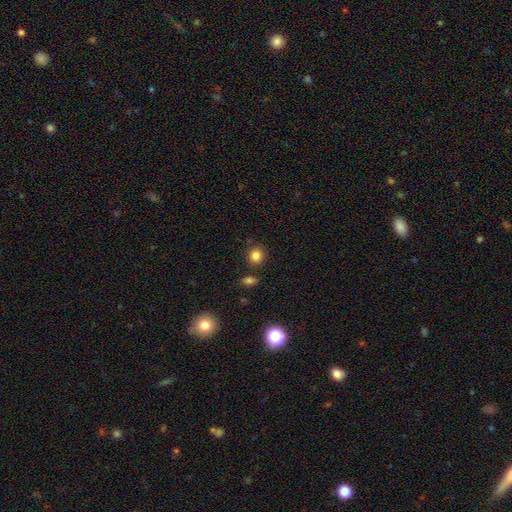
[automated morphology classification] This is clearly a smooth galaxy (83%). How rounded: clearly round (85%). Merging: clearly none (83%).